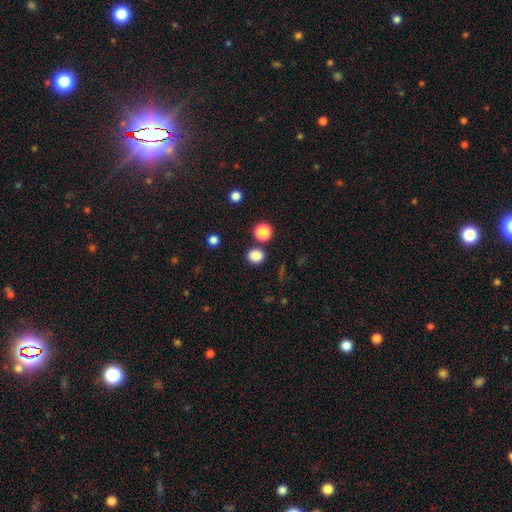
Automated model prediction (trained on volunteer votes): smooth_or_featured: smooth (p=0.84) [alt: star or artifact p=0.12]
how_rounded: round (p=0.78) [alt: in between p=0.21]
merging: none (p=0.84) [alt: minor disturbance p=0.07]